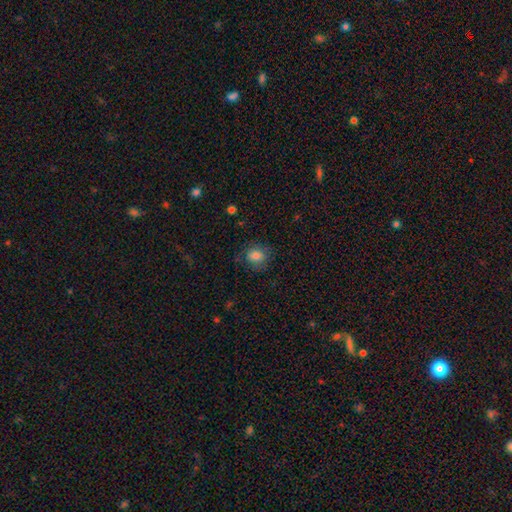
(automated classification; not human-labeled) Smooth or featured? Predicted: smooth (p=0.81). How rounded? Predicted: round (p=0.65). Merging? Predicted: none (p=0.76).